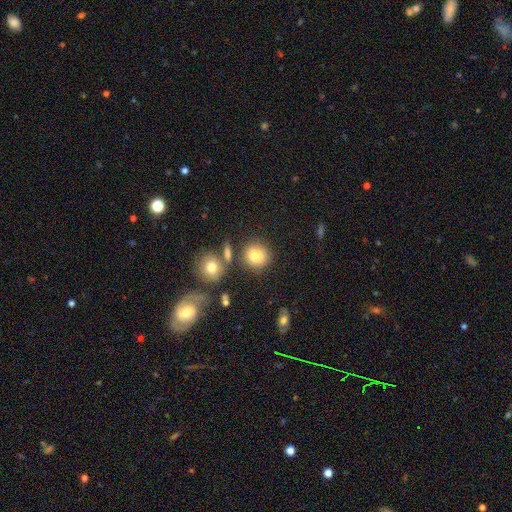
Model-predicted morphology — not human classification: Smooth or featured?
  - smooth: 79% *
  - star or artifact: 12%
  - featured or disk: 9%
How rounded?
  - round: 87% *
  - in between: 12%
  - cigar-shaped: 1%
Merging?
  - none: 77% *
  - minor disturbance: 10%
  - merger: 10%
  - major disturbance: 4%